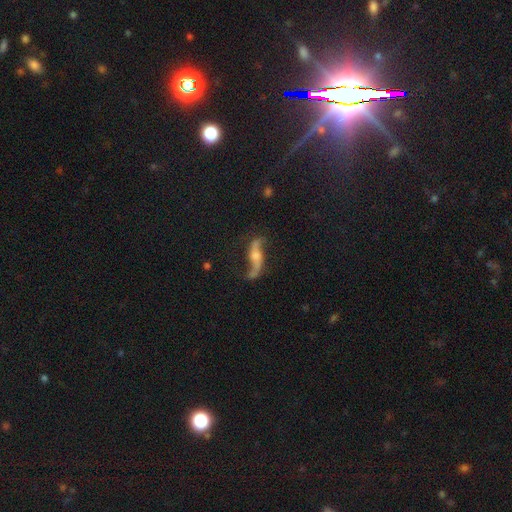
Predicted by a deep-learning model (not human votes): This is clearly a featured or disk galaxy (83%). It is likely not viewed edge-on (79%). Bar: possibly no (54%). Spiral arm pattern: clearly yes (94%). Spiral arm count: clearly 2 (92%). Spiral winding: clearly loose (90%). Central bulge: possibly moderate (49%). Merging: likely none (69%).